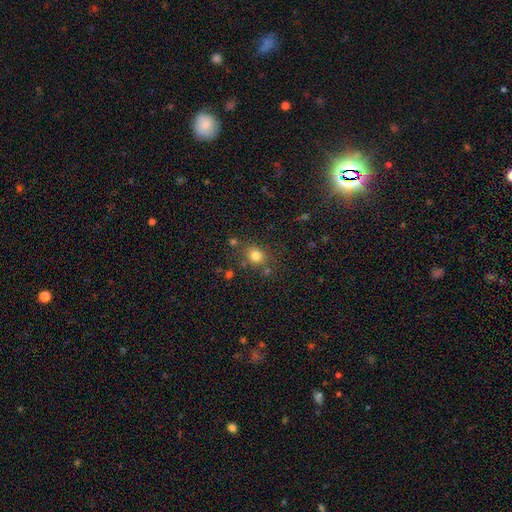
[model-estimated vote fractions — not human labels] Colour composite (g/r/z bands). It shows a smooth galaxy with no disk features (79%) that is round (68%). Merging: none (74%).